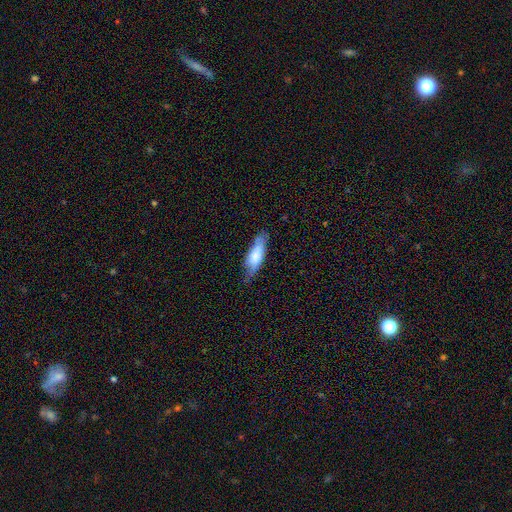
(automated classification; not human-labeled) Morphology: type=smooth (67%); roundness=in between (56%); merging=none (61%).